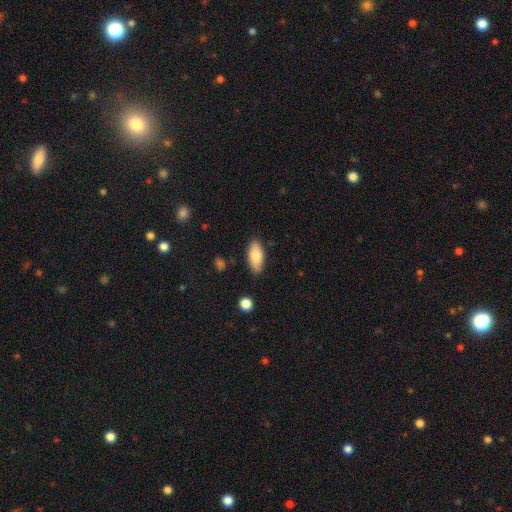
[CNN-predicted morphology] The model was most divided on "smooth or featured": smooth: 80%, featured or disk: 14%, star or artifact: 6%. More confident: how rounded — in between (87%); merging — none (84%).